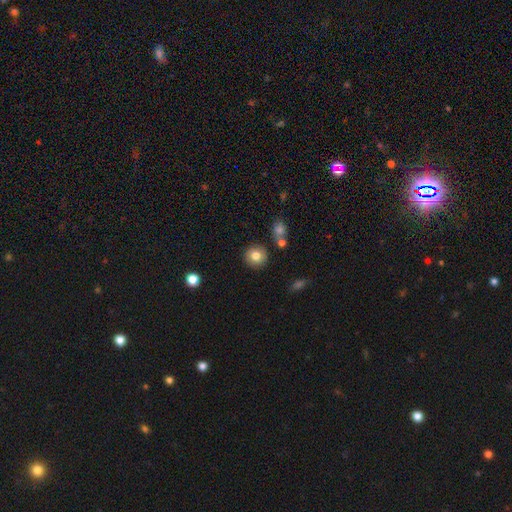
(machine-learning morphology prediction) Smooth or featured?
  - smooth: 80% *
  - featured or disk: 10%
  - star or artifact: 10%
How rounded?
  - round: 91% *
  - in between: 8%
  - cigar-shaped: 1%
Merging?
  - none: 85% *
  - minor disturbance: 8%
  - merger: 4%
  - major disturbance: 2%